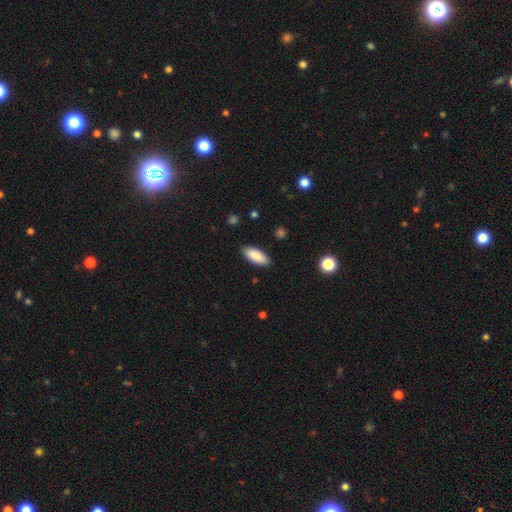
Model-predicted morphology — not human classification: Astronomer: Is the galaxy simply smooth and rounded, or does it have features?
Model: smooth — 87%.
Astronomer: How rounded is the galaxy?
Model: in between — 78%.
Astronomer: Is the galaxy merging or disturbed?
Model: none — 89%.